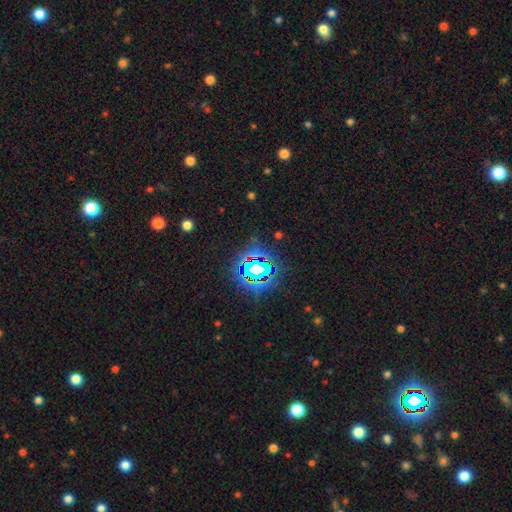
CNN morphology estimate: This is likely a star or artifact rather than a galaxy (78%).